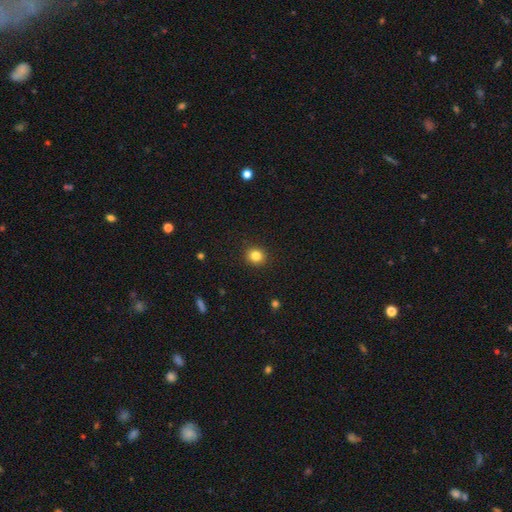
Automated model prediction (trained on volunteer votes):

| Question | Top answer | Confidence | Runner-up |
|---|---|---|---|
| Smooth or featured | smooth | 84% | star or artifact (11%) |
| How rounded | round | 83% | in between (17%) |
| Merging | none | 91% | minor disturbance (6%) |